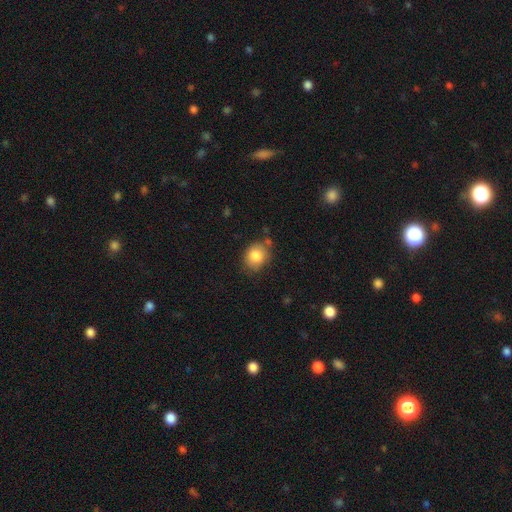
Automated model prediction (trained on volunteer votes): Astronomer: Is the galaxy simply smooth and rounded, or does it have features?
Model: smooth — 84%.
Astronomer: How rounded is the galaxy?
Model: round — 60% (runner-up: in between, 39%).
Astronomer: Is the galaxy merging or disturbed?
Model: none — 71%.